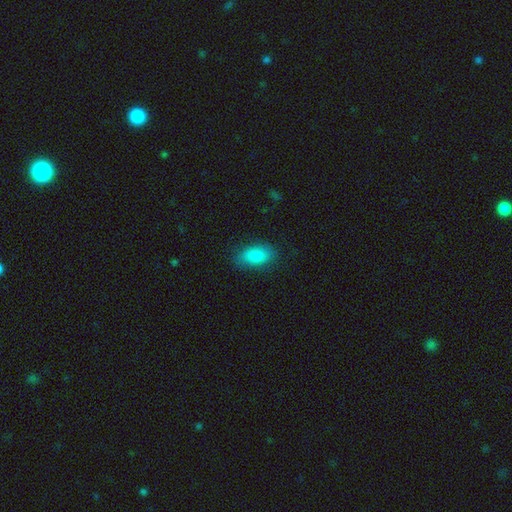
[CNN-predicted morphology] smooth-or-featured: smooth: 85% | featured or disk: 7% | star or artifact: 7%
  how-rounded: in between: 91% | round: 5% | cigar-shaped: 4%
  merging: none: 83% | minor disturbance: 13% | major disturbance: 3% | merger: 1%